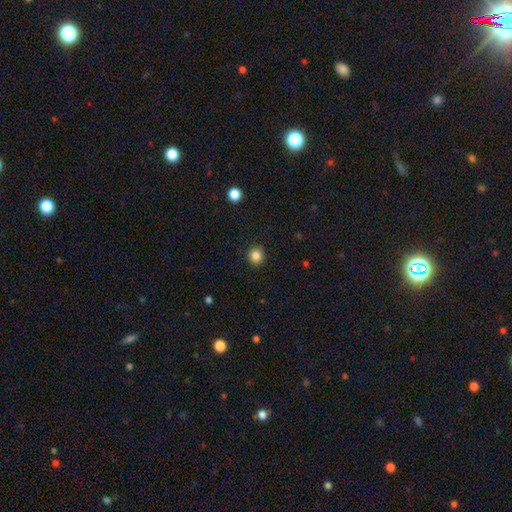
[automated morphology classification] A smooth galaxy with no disk features (85%) that is round (89%). Merging: none (92%).